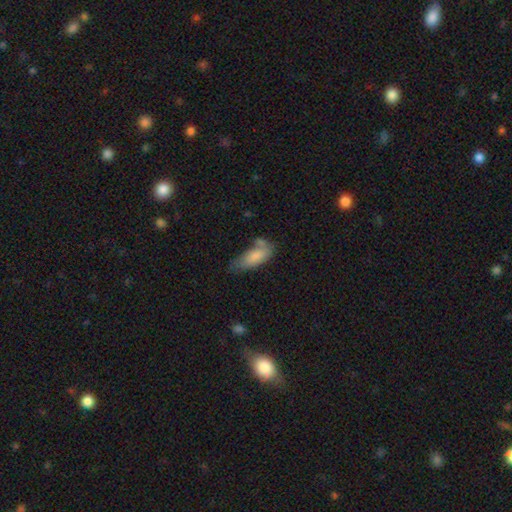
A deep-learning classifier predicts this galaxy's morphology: Smooth or featured: smooth — 79% (featured or disk — 14%)
How rounded: in between — 79% (cigar-shaped — 19%)
Merging: none — 40% (minor disturbance — 32%)